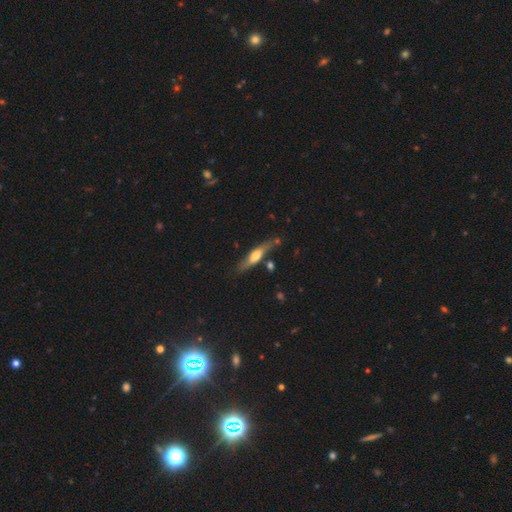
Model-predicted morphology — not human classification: A featured or disk galaxy (56%) viewed edge-on (81%). Merging: none (72%).